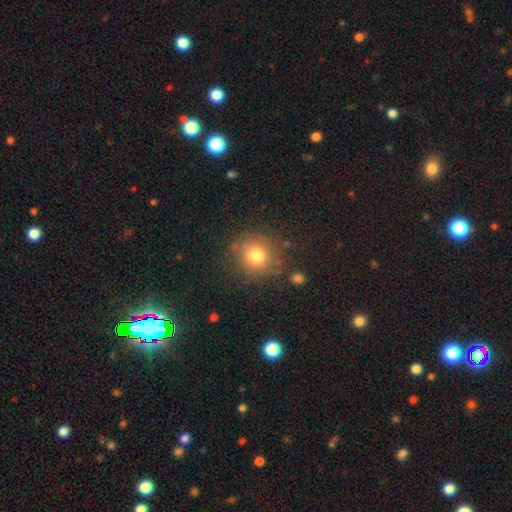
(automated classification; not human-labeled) A smooth galaxy with no disk features (77%) that is round (87%).

Vote fractions:
- Smooth or featured? smooth: 77% / star or artifact: 12% / featured or disk: 10%
- How rounded? round: 87% / in between: 12% / cigar-shaped: 1%
- Merging? none: 79% / minor disturbance: 13% / major disturbance: 5% / merger: 3%